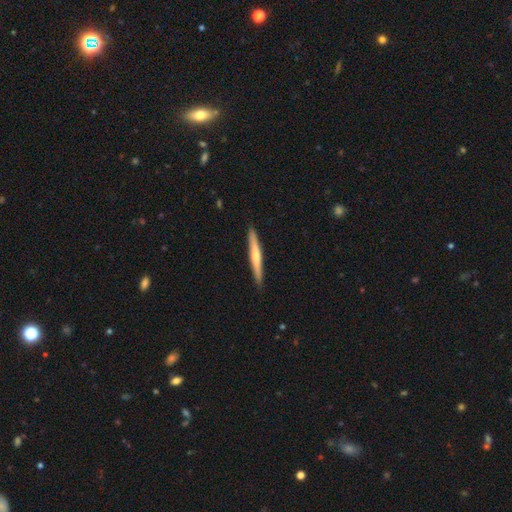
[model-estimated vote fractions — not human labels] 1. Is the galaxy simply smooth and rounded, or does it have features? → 49% featured or disk, 46% smooth, 5% star or artifact.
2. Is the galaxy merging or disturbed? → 91% none, 7% minor disturbance, 1% major disturbance, 1% merger.